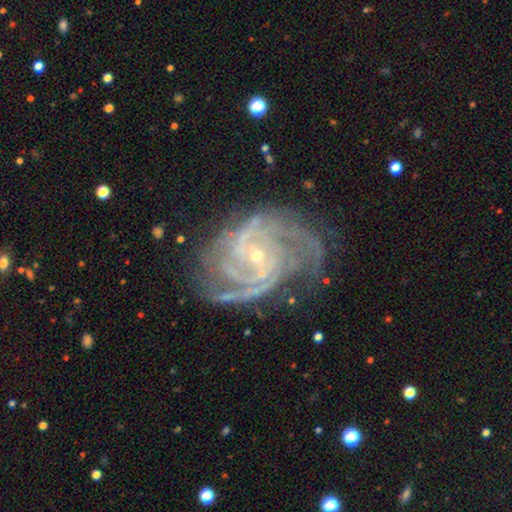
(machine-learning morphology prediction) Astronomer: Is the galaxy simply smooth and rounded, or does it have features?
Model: featured or disk — 91%.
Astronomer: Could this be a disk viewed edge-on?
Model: no — 98%.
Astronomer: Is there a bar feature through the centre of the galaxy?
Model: no — 57%.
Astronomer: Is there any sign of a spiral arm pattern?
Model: yes — 98%.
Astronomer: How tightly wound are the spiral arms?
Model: tight — 54% (runner-up: medium, 39%).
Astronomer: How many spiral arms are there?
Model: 2 — 28% (runner-up: 3, 24%).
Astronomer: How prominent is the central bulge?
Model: small — 81%.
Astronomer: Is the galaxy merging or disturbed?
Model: none — 63%.